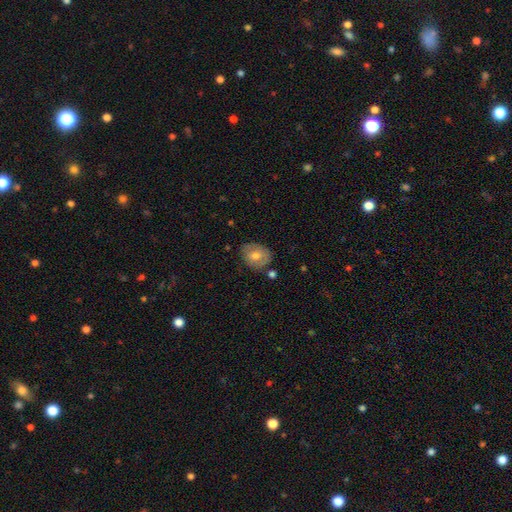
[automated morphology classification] This appears to be a smooth galaxy with no disk features (65%) that is in between round and cigar-shaped (51%). Merging: none (72%).